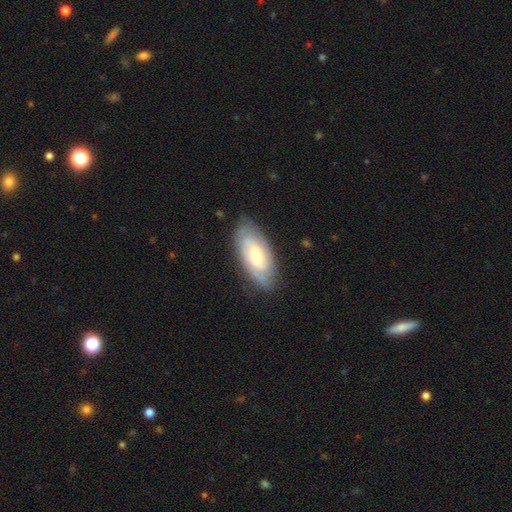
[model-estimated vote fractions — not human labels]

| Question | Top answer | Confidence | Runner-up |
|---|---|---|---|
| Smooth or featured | featured or disk | 58% | smooth (36%) |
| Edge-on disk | no | 88% | yes (12%) |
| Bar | no | 55% | weak (36%) |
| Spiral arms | yes | 80% | no (20%) |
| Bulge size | moderate | 65% | small (22%) |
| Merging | none | 81% | minor disturbance (14%) |